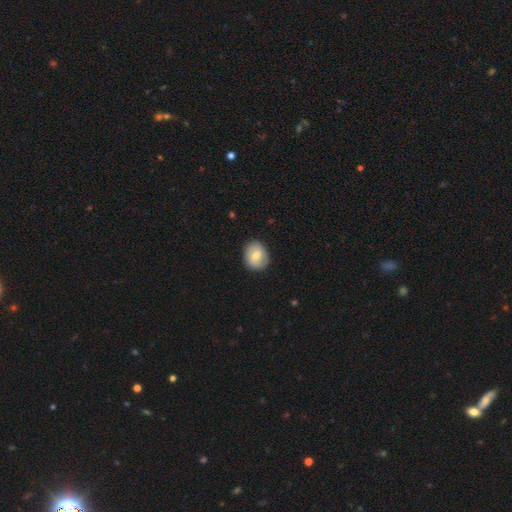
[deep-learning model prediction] smooth 67%, featured or disk 27%, star or artifact 7%. Down the decision tree: how rounded — round (55%); merging — none (85%).